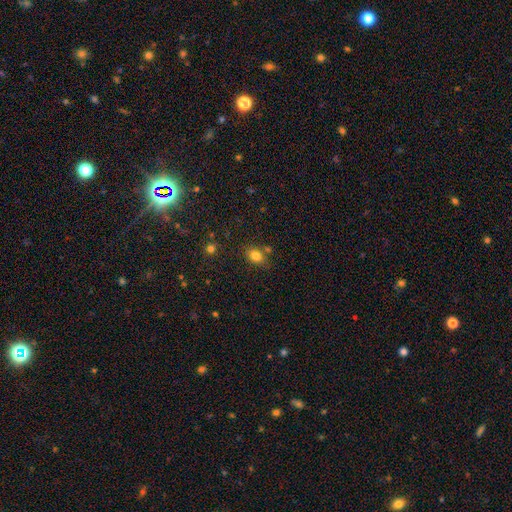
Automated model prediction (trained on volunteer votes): smooth_or_featured: smooth (p=0.80) [alt: star or artifact p=0.12]
how_rounded: in between (p=0.63) [alt: round p=0.35]
merging: none (p=0.72) [alt: minor disturbance p=0.16]